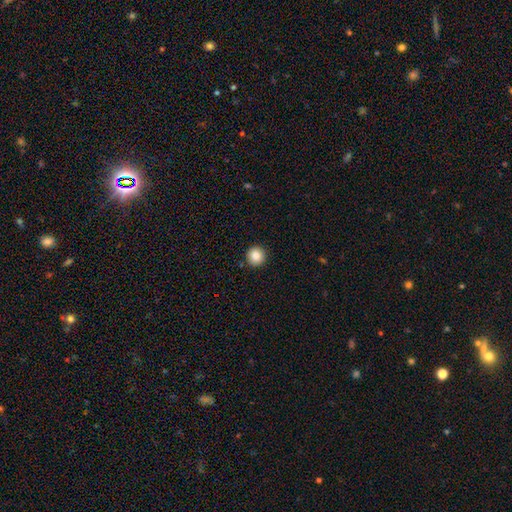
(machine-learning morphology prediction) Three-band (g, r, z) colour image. It shows a smooth galaxy with no disk features (85%) that is round (95%). Merging: none (92%).